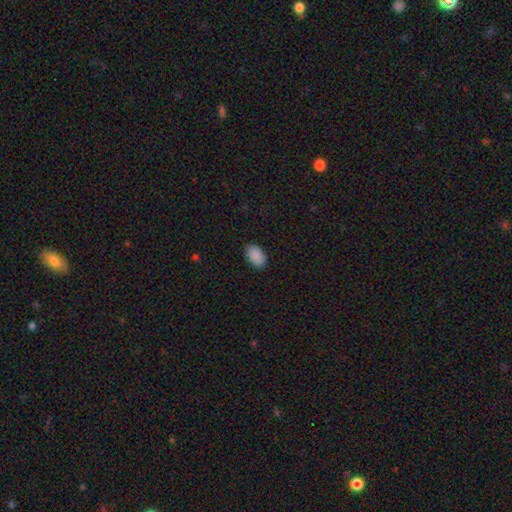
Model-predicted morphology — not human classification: Smooth or featured? smooth (90%)
How rounded? in between (91%)
Merging? none (87%)